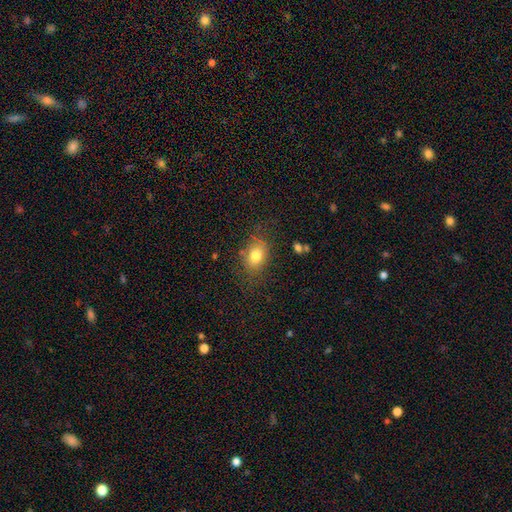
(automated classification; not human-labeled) smooth_or_featured: smooth (p=0.79) [alt: featured or disk p=0.11]
how_rounded: in between (p=0.71) [alt: round p=0.28]
merging: none (p=0.75) [alt: minor disturbance p=0.17]